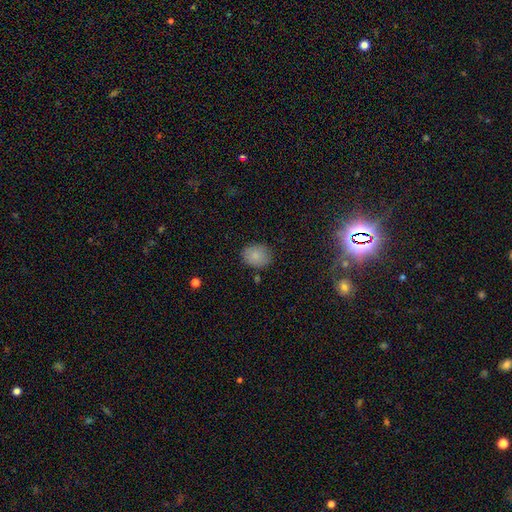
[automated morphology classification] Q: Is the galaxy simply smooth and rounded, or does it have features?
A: smooth — 85%.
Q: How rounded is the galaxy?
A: round — 53%.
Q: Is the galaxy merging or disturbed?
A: none — 82%.